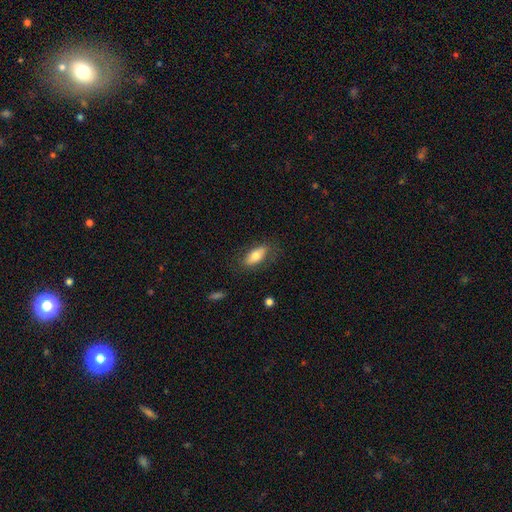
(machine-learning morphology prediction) The model was most divided on "smooth or featured": smooth: 70%, featured or disk: 24%, star or artifact: 7%. More confident: how rounded — in between (80%); merging — none (78%).